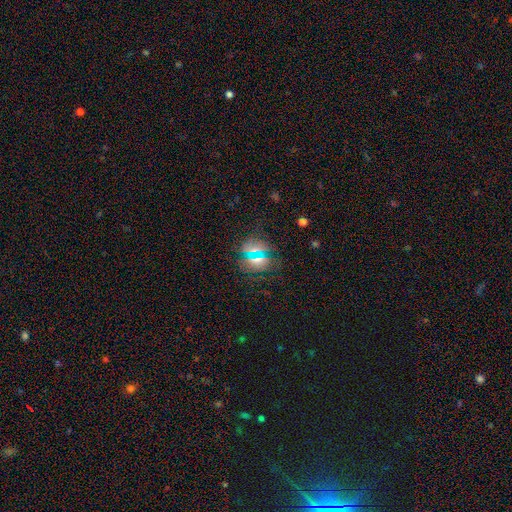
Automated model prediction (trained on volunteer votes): The model was most divided on "smooth or featured": smooth: 53%, star or artifact: 33%, featured or disk: 15%. More confident: merging — none (71%); how rounded — round (65%).